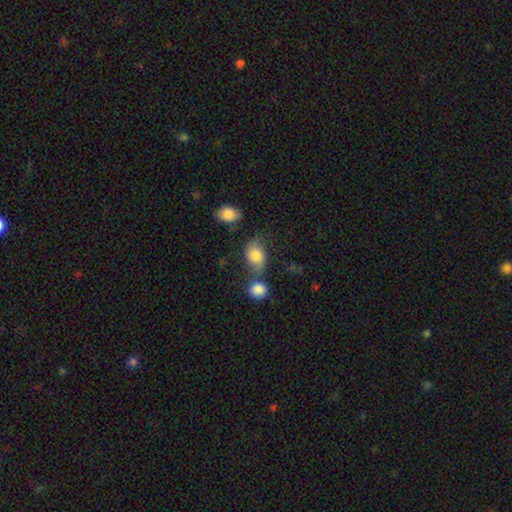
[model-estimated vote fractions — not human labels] smooth-or-featured: smooth: 76% | featured or disk: 16% | star or artifact: 8%
  how-rounded: in between: 77% | round: 21% | cigar-shaped: 2%
  merging: none: 51% | minor disturbance: 23% | merger: 17% | major disturbance: 9%